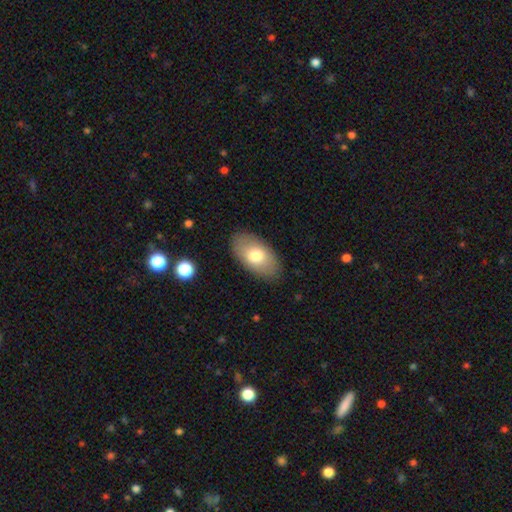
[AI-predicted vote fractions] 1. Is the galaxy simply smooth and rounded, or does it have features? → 75% smooth, 19% featured or disk, 7% star or artifact.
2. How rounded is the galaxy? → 94% in between, 4% round, 2% cigar-shaped.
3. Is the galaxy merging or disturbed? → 86% none, 10% minor disturbance, 3% major disturbance, 1% merger.